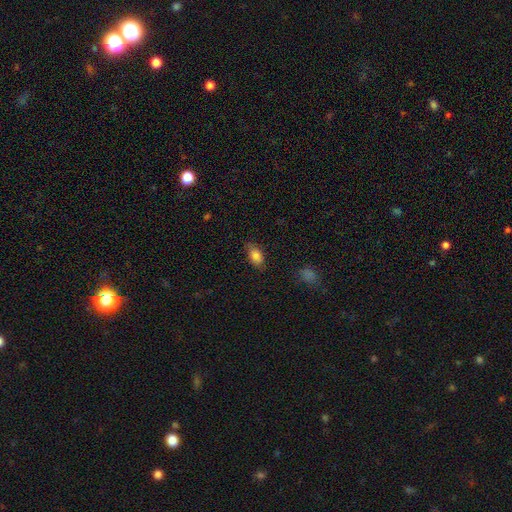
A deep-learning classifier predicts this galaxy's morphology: smooth 84%, star or artifact 8%, featured or disk 7%. Down the decision tree: how rounded — in between (88%); merging — none (76%).